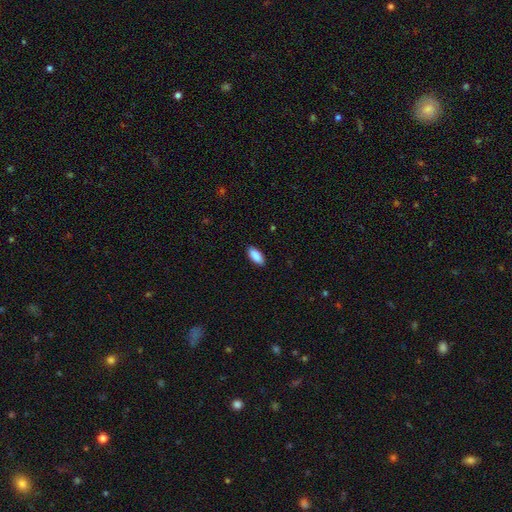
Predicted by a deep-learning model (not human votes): smooth_or_featured: smooth (p=0.90) [alt: star or artifact p=0.06]
how_rounded: in between (p=0.87) [alt: cigar-shaped p=0.11]
merging: none (p=0.89) [alt: minor disturbance p=0.08]